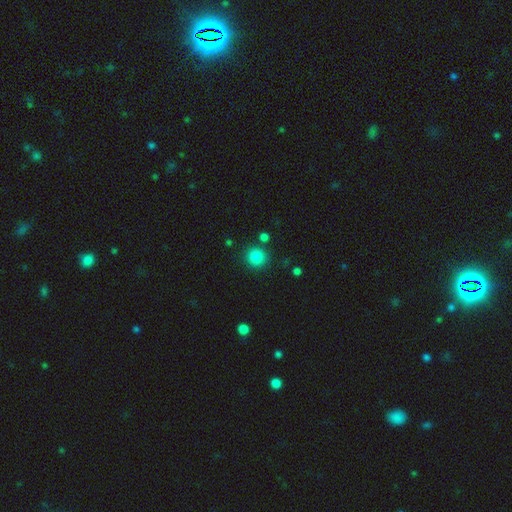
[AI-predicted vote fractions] Q: Smooth or featured?
A: smooth (84%); runner-up: star or artifact (11%)
Q: How rounded?
A: round (91%); runner-up: in between (8%)
Q: Merging?
A: none (84%); runner-up: minor disturbance (8%)